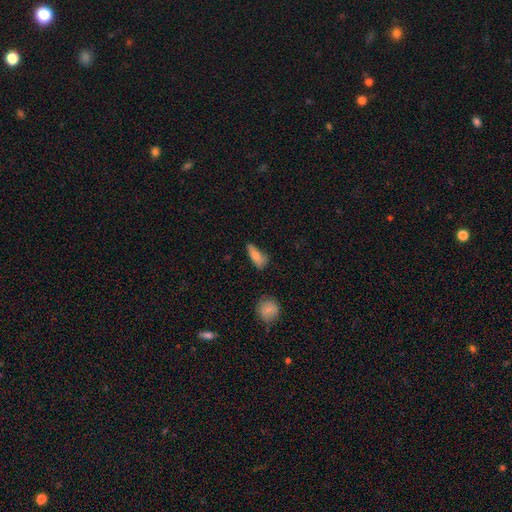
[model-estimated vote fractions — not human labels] Smooth or featured? Predicted: smooth (p=0.74). How rounded? Predicted: in between (p=0.71). Merging? Predicted: none (p=0.47).